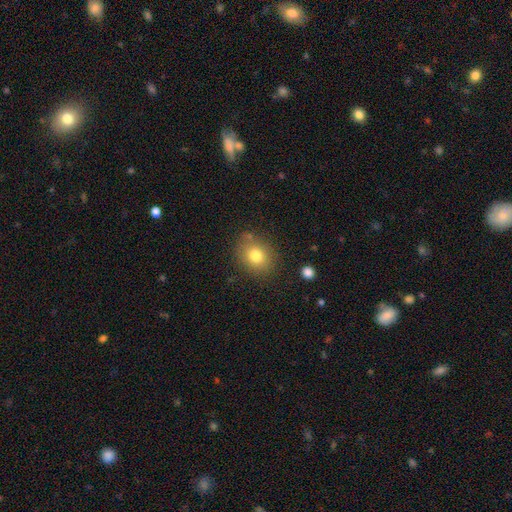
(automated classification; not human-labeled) Morphology: type=smooth (78%); roundness=round (58%); merging=none (80%).